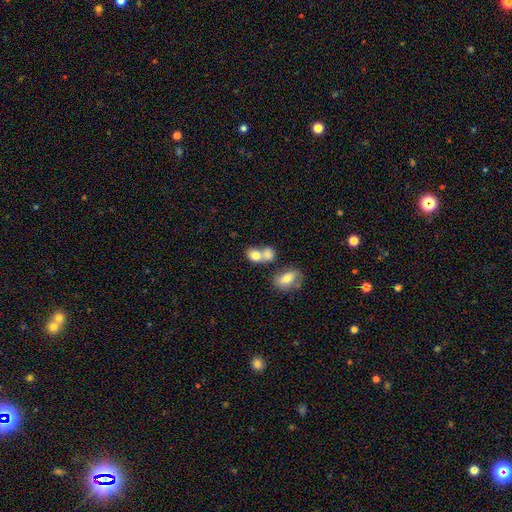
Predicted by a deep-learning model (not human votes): Smooth or featured?
  - smooth: 78% *
  - featured or disk: 13%
  - star or artifact: 9%
How rounded?
  - in between: 56% *
  - round: 42%
  - cigar-shaped: 2%
Merging?
  - merger: 58% *
  - none: 29%
  - minor disturbance: 8%
  - major disturbance: 4%